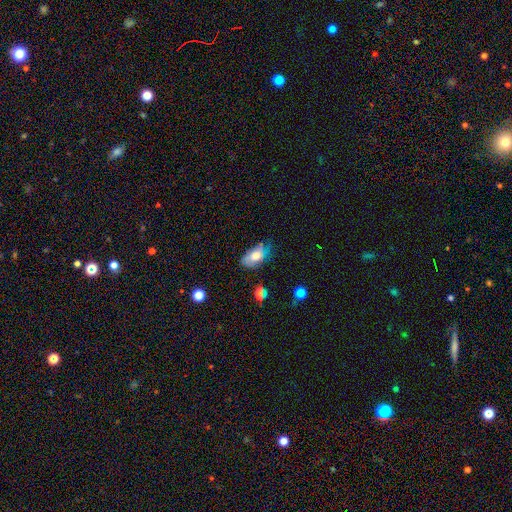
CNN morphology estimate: This is likely a smooth galaxy (63%). How rounded: clearly in between (90%). Merging: possibly none (49%).